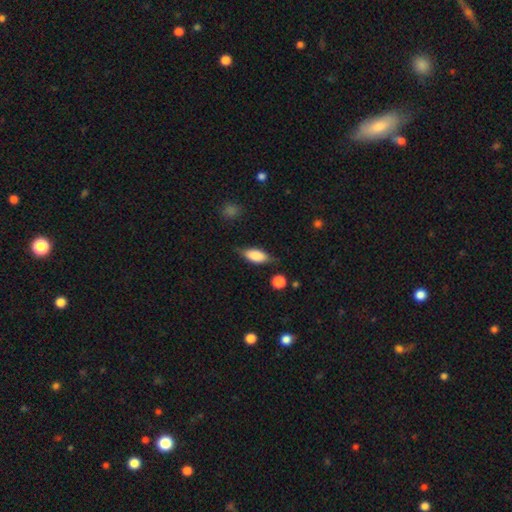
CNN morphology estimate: This is likely a smooth galaxy (79%). How rounded: clearly in between (83%). Merging: likely none (70%).